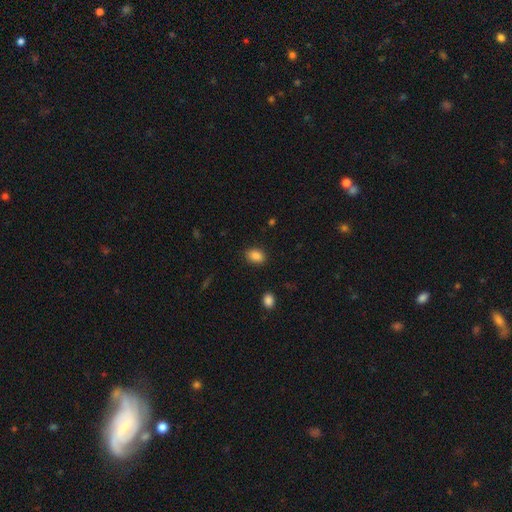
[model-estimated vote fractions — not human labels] Smooth or featured? smooth (87%)
How rounded? in between (73%)
Merging? none (87%)